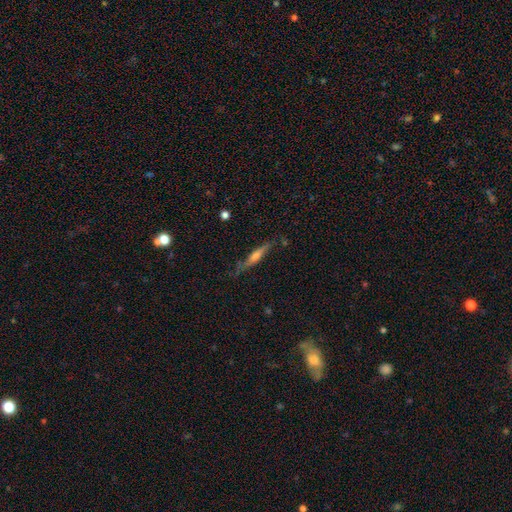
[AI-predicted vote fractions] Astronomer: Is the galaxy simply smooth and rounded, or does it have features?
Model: featured or disk — 53% (runner-up: smooth, 40%).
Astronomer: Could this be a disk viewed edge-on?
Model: yes — 92%.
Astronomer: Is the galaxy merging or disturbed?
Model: none — 73%.